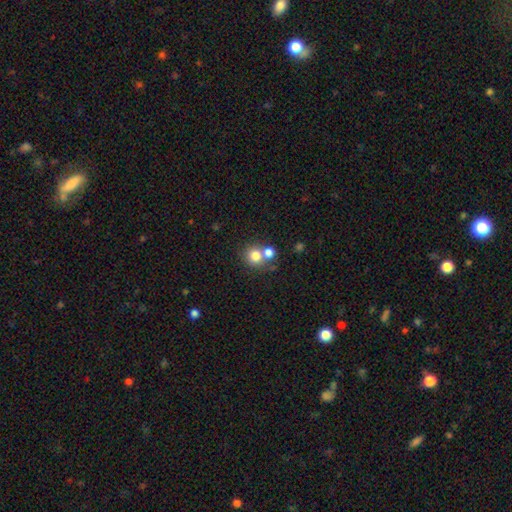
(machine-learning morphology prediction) Smooth or featured?
  - smooth: 77% *
  - star or artifact: 12%
  - featured or disk: 11%
How rounded?
  - round: 87% *
  - in between: 12%
  - cigar-shaped: 1%
Merging?
  - none: 51% *
  - merger: 39%
  - minor disturbance: 7%
  - major disturbance: 3%